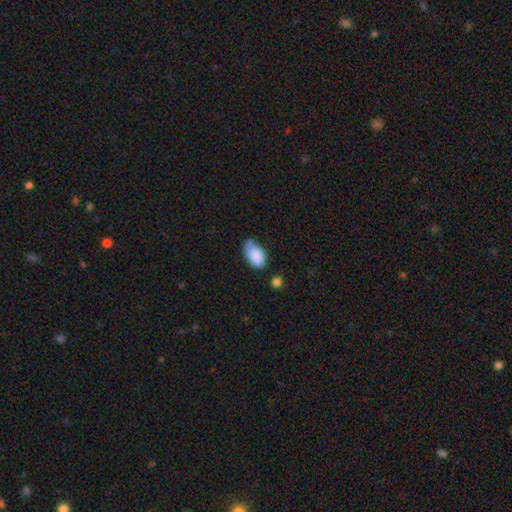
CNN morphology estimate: This is clearly a smooth galaxy (82%). How rounded: clearly in between (94%). Merging: possibly none (49%).